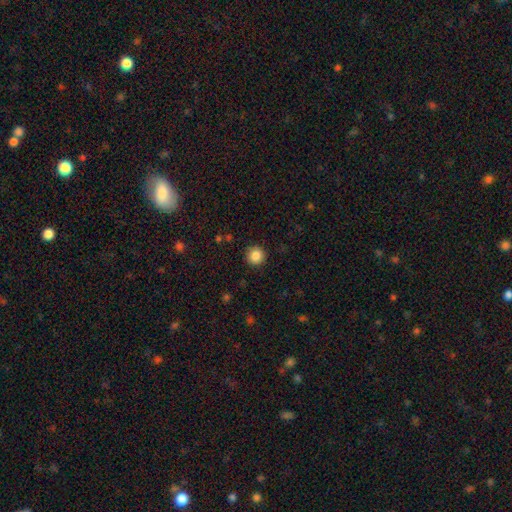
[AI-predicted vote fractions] Smooth or featured: smooth — 86% (star or artifact — 10%)
How rounded: round — 95% (in between — 4%)
Merging: none — 91% (minor disturbance — 6%)